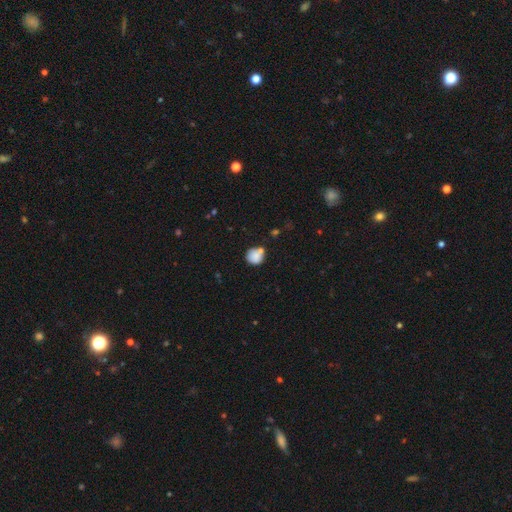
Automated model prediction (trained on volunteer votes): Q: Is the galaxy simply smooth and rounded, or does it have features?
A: smooth — 83%.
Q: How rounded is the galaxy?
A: round — 84%.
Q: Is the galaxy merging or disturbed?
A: none — 57%.